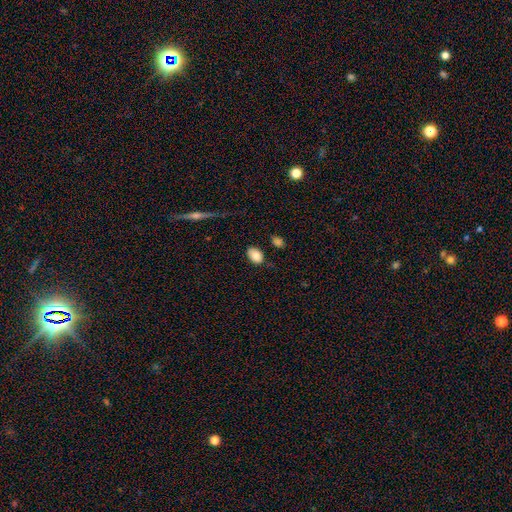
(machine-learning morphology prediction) Smooth or featured?
  - smooth: 85% *
  - star or artifact: 8%
  - featured or disk: 7%
How rounded?
  - in between: 86% *
  - round: 13%
  - cigar-shaped: 1%
Merging?
  - none: 79% *
  - minor disturbance: 15%
  - major disturbance: 3%
  - merger: 3%